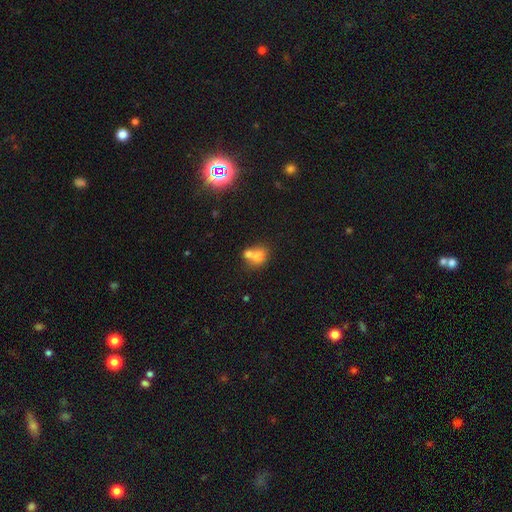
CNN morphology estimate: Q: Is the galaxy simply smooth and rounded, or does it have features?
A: smooth — 72%.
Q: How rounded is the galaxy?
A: round — 63%.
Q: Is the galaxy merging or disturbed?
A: merger — 59%.